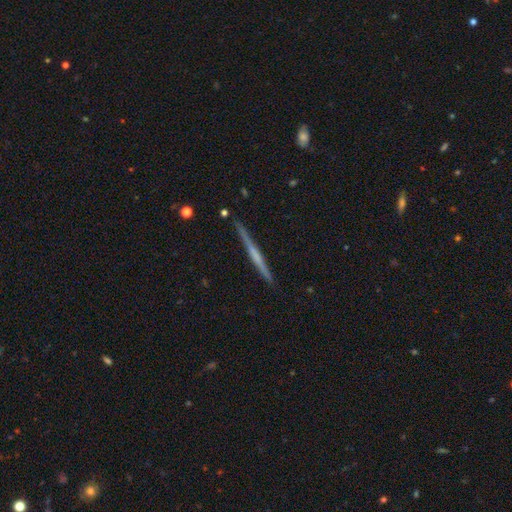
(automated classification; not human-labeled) The model was most divided on "smooth or featured": featured or disk: 66%, smooth: 29%, star or artifact: 5%. More confident: edge-on disk — yes (98%); merging — none (90%); edge-on bulge — none (63%).